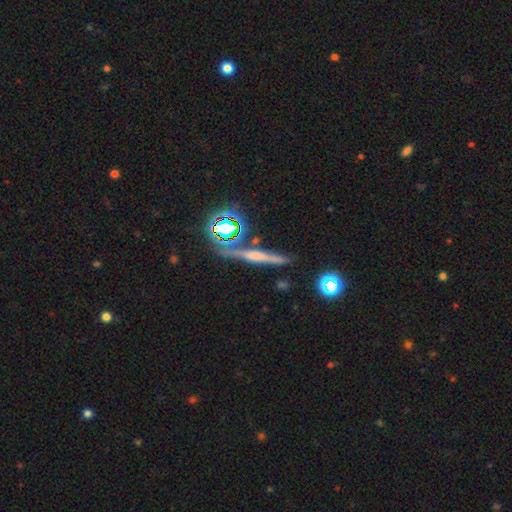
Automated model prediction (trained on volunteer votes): Smooth or featured: featured or disk — 47% (smooth — 33%)
Merging: none — 79% (minor disturbance — 10%)